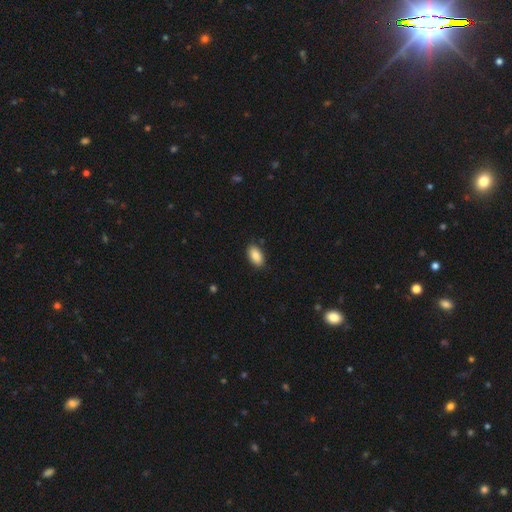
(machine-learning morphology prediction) Q: Smooth or featured?
A: smooth (87%); runner-up: star or artifact (7%)
Q: How rounded?
A: in between (94%); runner-up: round (4%)
Q: Merging?
A: none (88%); runner-up: minor disturbance (9%)